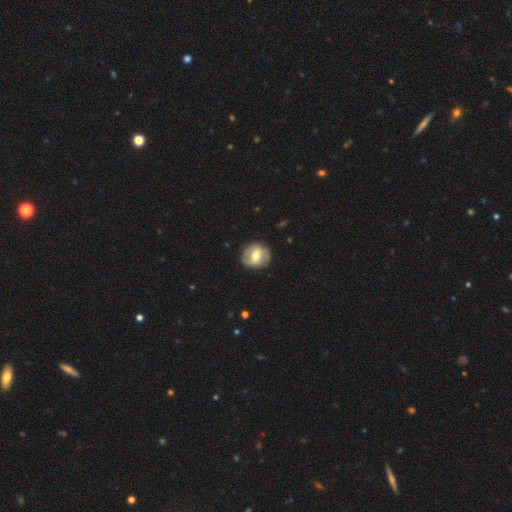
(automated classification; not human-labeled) Smooth or featured: featured or disk — 47% (smooth — 45%)
Merging: none — 85% (minor disturbance — 11%)